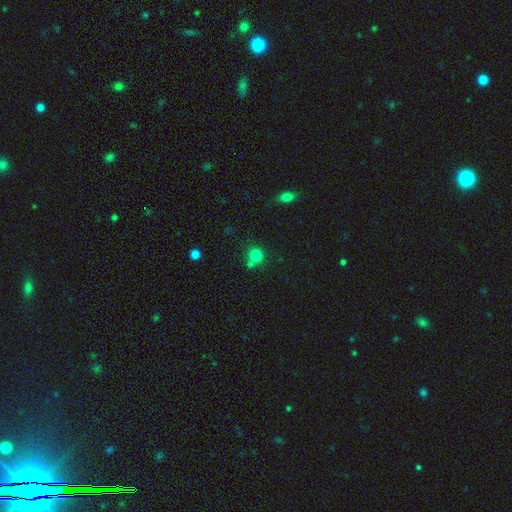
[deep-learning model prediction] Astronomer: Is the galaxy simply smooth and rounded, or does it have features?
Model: smooth — 80%.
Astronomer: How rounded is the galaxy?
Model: round — 88%.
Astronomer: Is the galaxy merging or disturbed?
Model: none — 60%.